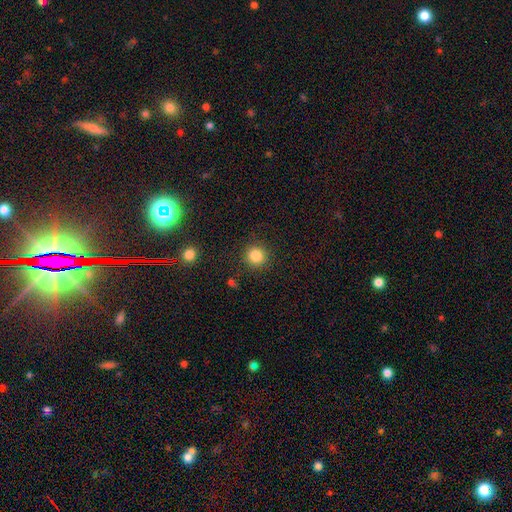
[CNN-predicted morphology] Overall: smooth (84%). How rounded: round (93%). Merging: none (89%).